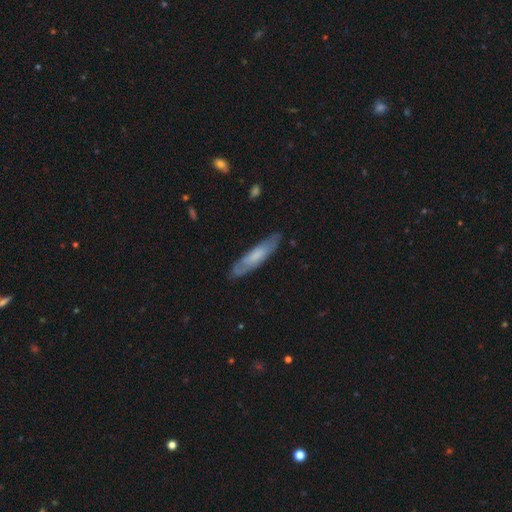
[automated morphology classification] type=smooth (54%); roundness=cigar-shaped (76%); merging=none (79%).